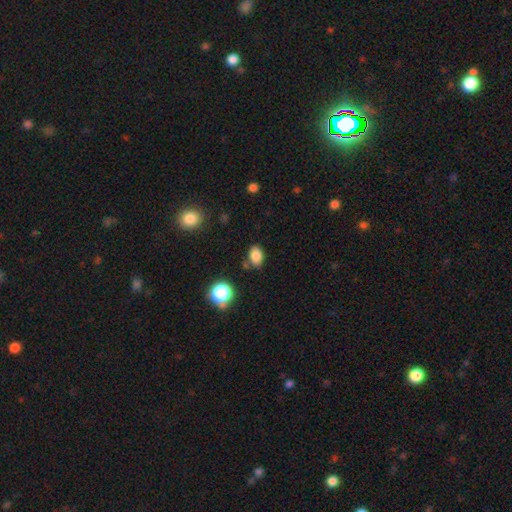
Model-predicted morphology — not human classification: smooth_or_featured: smooth (p=0.83) [alt: star or artifact p=0.12]
how_rounded: in between (p=0.75) [alt: round p=0.23]
merging: none (p=0.77) [alt: minor disturbance p=0.14]